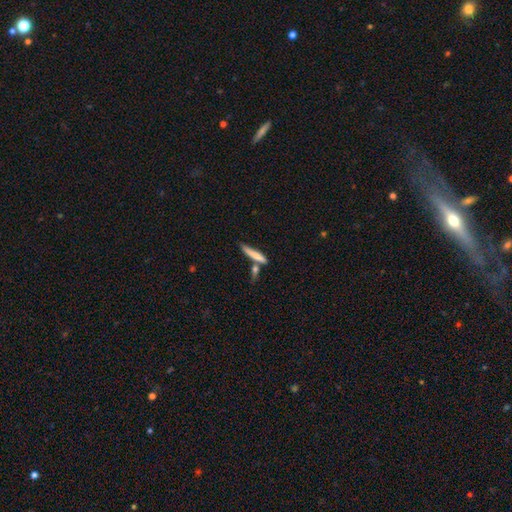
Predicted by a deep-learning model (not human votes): This appears to be a smooth galaxy with no disk features (72%) that is cigar-shaped (88%). Merging: none (54%).